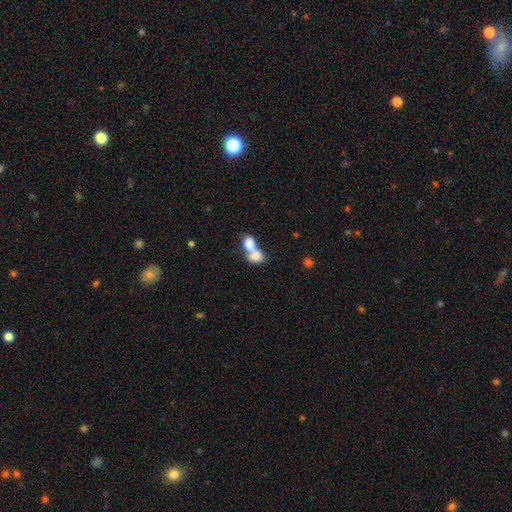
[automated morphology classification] Overall: smooth (75%). How rounded: in between (79%). Merging: merger (79%).